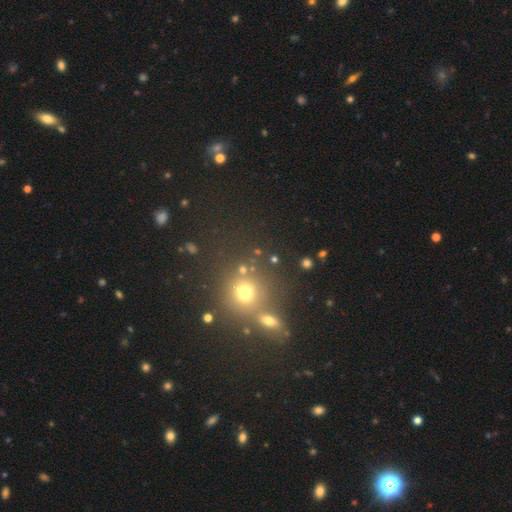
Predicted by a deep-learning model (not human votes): This is possibly a smooth galaxy (45%). Merging: likely none (60%).